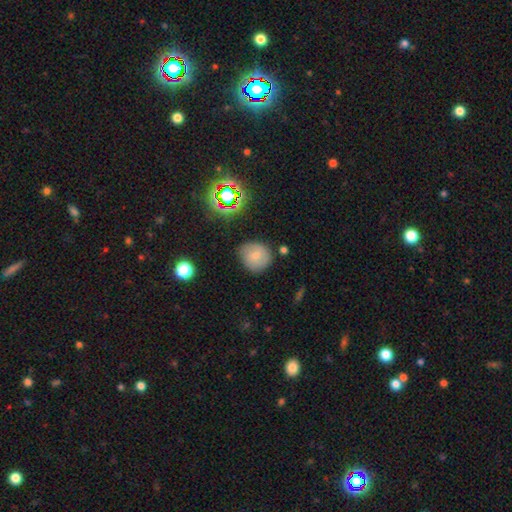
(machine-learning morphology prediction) smooth 70%, featured or disk 17%, star or artifact 13%. Down the decision tree: how rounded — round (88%); merging — none (76%).